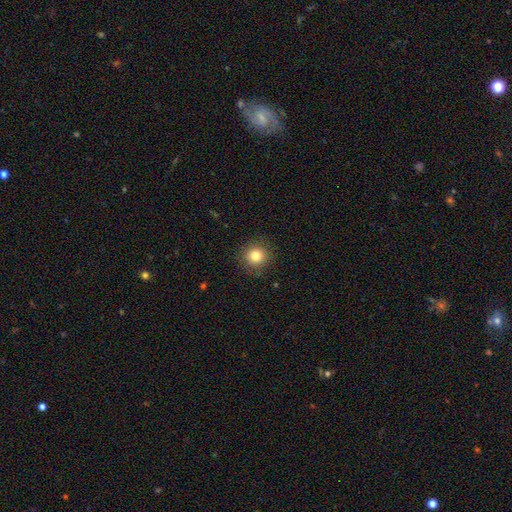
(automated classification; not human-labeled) Q: Smooth or featured?
A: smooth (80%); runner-up: star or artifact (12%)
Q: How rounded?
A: round (94%); runner-up: in between (5%)
Q: Merging?
A: none (89%); runner-up: minor disturbance (7%)